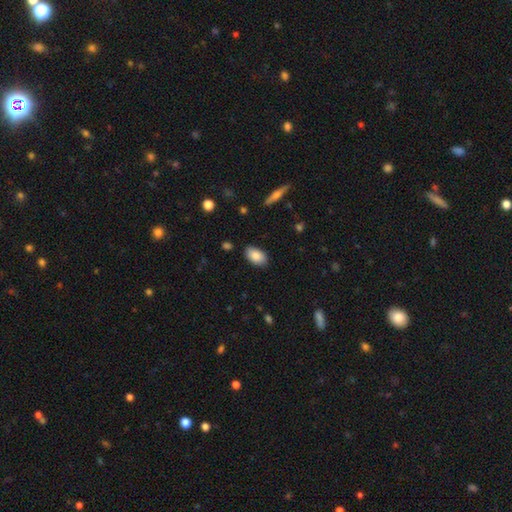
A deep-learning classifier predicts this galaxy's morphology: Smooth or featured?
  - smooth: 85% *
  - featured or disk: 8%
  - star or artifact: 7%
How rounded?
  - in between: 94% *
  - round: 4%
  - cigar-shaped: 2%
Merging?
  - none: 87% *
  - minor disturbance: 10%
  - major disturbance: 2%
  - merger: 1%